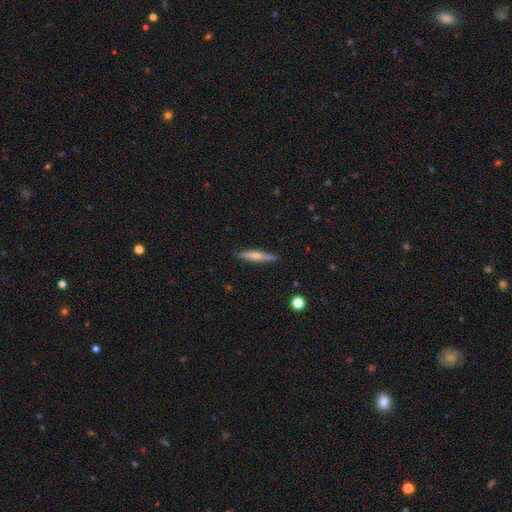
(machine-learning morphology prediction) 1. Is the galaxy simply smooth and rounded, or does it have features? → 49% smooth, 45% featured or disk, 6% star or artifact.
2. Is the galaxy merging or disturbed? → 89% none, 8% minor disturbance, 2% major disturbance, 1% merger.